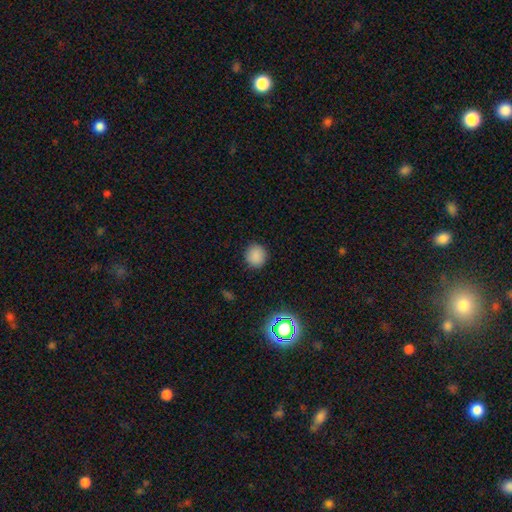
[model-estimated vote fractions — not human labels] smooth-or-featured: smooth: 84% | star or artifact: 12% | featured or disk: 4%
  how-rounded: round: 91% | in between: 8% | cigar-shaped: 1%
  merging: none: 90% | minor disturbance: 7% | major disturbance: 2% | merger: 1%